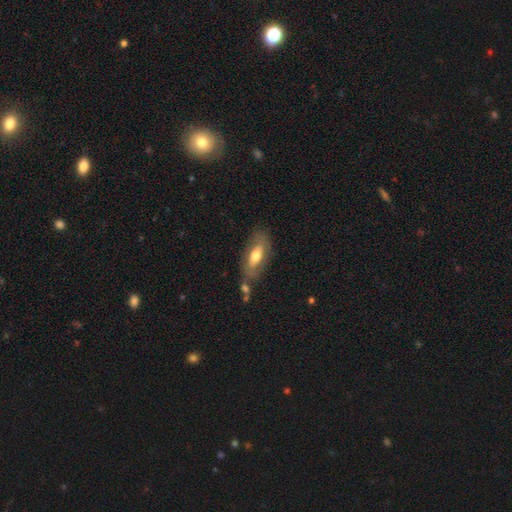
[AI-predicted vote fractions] A smooth galaxy with no disk features (55%) that is in between round and cigar-shaped (80%).

Vote fractions:
- Smooth or featured? smooth: 55% / featured or disk: 39% / star or artifact: 6%
- How rounded? in between: 80% / cigar-shaped: 17% / round: 3%
- Merging? none: 66% / minor disturbance: 19% / merger: 8% / major disturbance: 7%